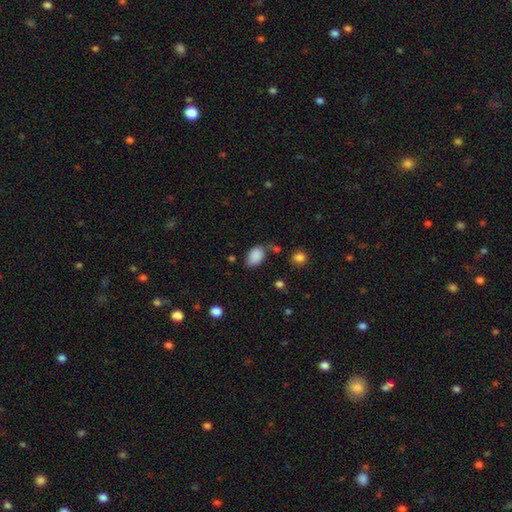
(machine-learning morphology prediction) smooth_or_featured: smooth (p=0.87) [alt: star or artifact p=0.08]
how_rounded: in between (p=0.88) [alt: round p=0.11]
merging: none (p=0.66) [alt: minor disturbance p=0.21]